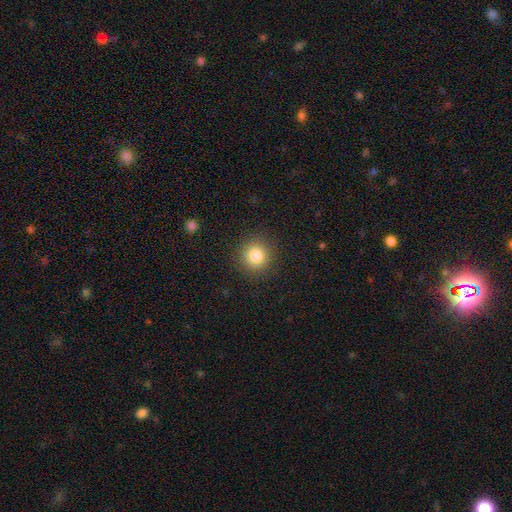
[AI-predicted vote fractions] This appears to be a smooth galaxy with no disk features (83%) that is round (92%). Merging: none (90%).